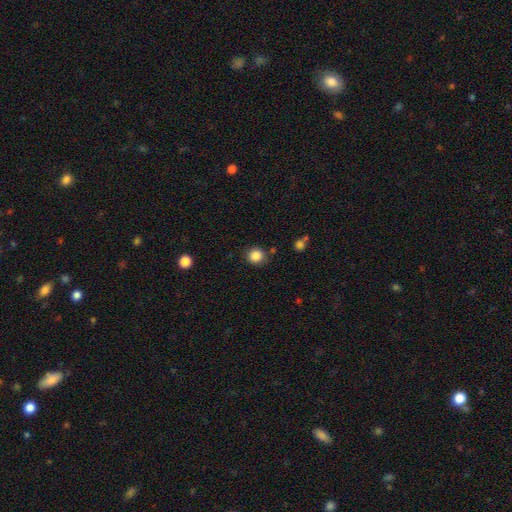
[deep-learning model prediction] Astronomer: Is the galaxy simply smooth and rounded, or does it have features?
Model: smooth — 86%.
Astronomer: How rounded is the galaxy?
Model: round — 88%.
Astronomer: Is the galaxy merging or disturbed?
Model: none — 84%.